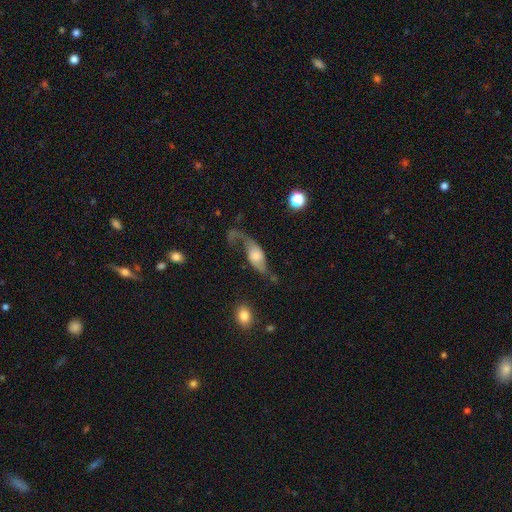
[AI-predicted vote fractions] Smooth or featured?
  - featured or disk: 70% *
  - smooth: 23%
  - star or artifact: 7%
Edge-on disk?
  - no: 89% *
  - yes: 11%
Bar?
  - no: 65% *
  - weak: 28%
  - strong: 7%
Spiral arms?
  - yes: 89% *
  - no: 11%
Spiral winding?
  - loose: 86% *
  - medium: 10%
  - tight: 3%
Spiral arm count?
  - 2: 79% *
  - 1: 15%
  - can't tell: 3%
  - 3: 1%
  - 4: 1%
  - more than 4: 1%
Bulge size?
  - moderate: 37% *
  - small: 32%
  - large: 17%
  - none: 9%
  - dominant: 5%
Merging?
  - none: 38% *
  - major disturbance: 36%
  - minor disturbance: 21%
  - merger: 6%